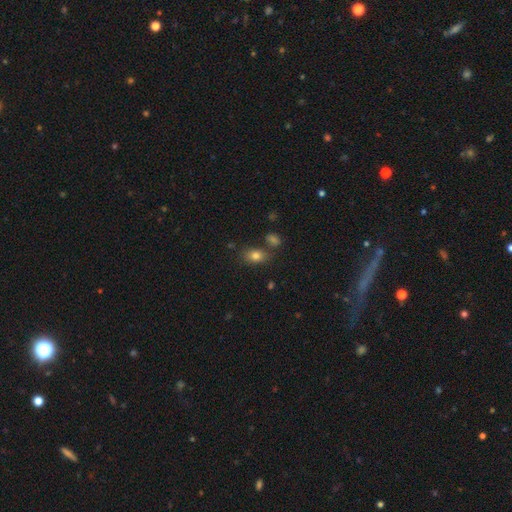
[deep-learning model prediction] The model was most divided on "merging": none: 69%, minor disturbance: 15%, merger: 12%, major disturbance: 4%. More confident: smooth or featured — smooth (80%); how rounded — in between (79%).